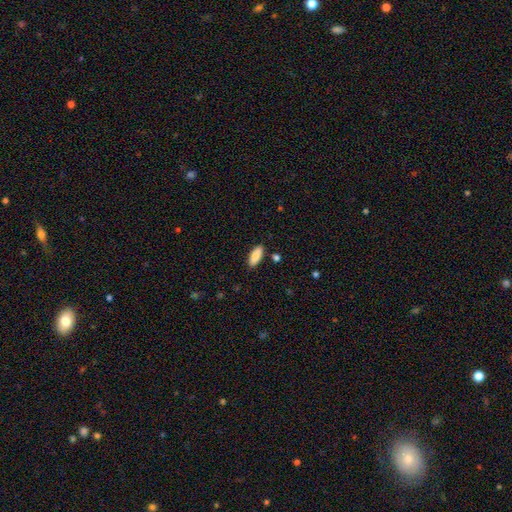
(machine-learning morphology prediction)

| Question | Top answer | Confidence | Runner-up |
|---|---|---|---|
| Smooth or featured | smooth | 84% | featured or disk (10%) |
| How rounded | in between | 80% | cigar-shaped (19%) |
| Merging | none | 86% | minor disturbance (9%) |